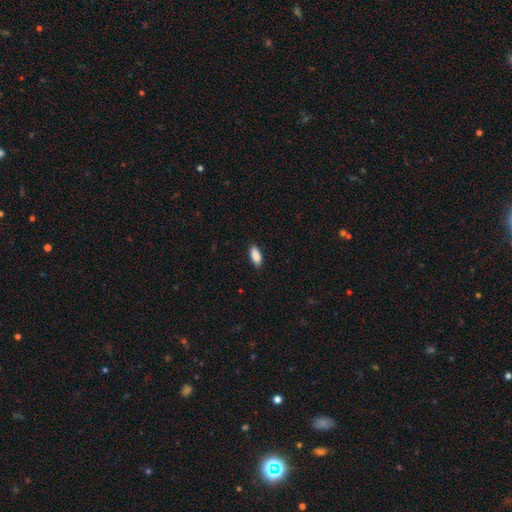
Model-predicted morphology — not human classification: smooth_or_featured: smooth (p=0.89) [alt: star or artifact p=0.06]
how_rounded: in between (p=0.81) [alt: cigar-shaped p=0.17]
merging: none (p=0.88) [alt: minor disturbance p=0.09]